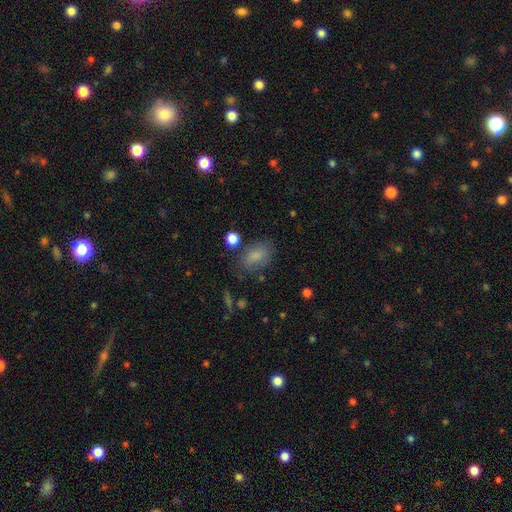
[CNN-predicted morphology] The model was most divided on "merging": none: 68%, minor disturbance: 20%, major disturbance: 8%, merger: 4%. More confident: how rounded — in between (83%); smooth or featured — smooth (80%).